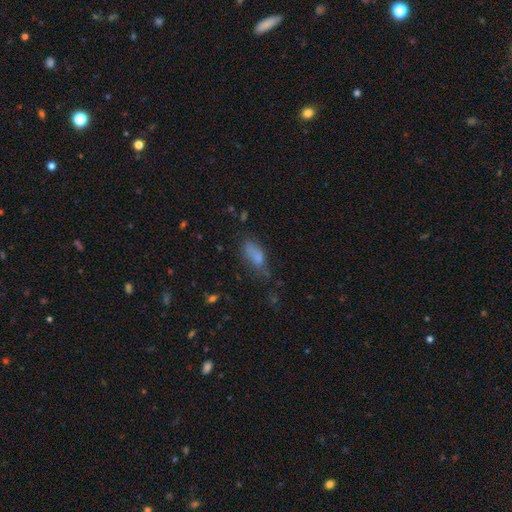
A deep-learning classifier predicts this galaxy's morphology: smooth 73%, featured or disk 14%, star or artifact 12%. Down the decision tree: how rounded — in between (77%); merging — none (41%).